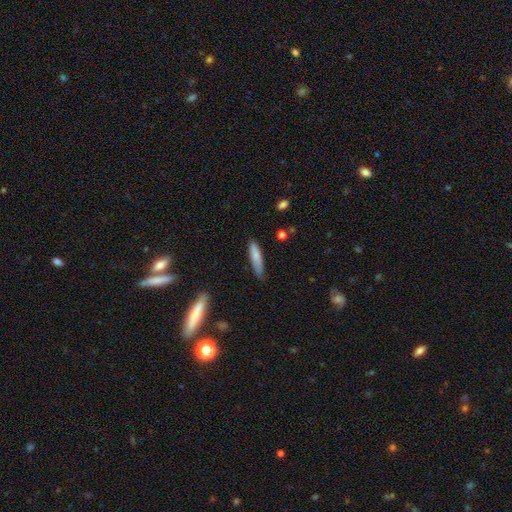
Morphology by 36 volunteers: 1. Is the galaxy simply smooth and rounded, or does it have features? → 89% smooth, 11% featured or disk, 0% star or artifact.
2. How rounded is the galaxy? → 84% cigar-shaped, 16% in between, 0% round.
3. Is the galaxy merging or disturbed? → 83% none, 14% minor disturbance, 3% major disturbance, 0% merger.